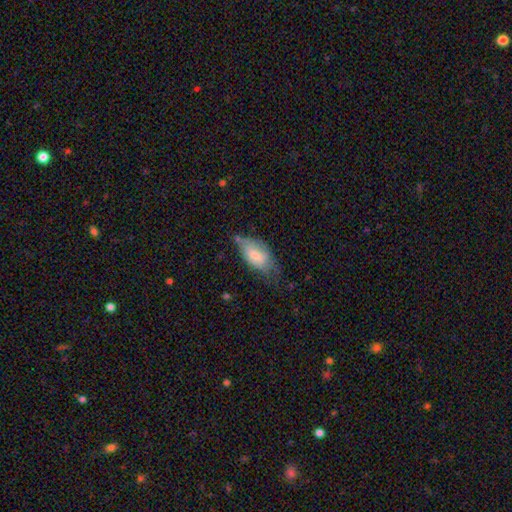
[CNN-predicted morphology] This is likely a smooth galaxy (70%). How rounded: clearly in between (91%). Merging: marginally minor disturbance (40%).